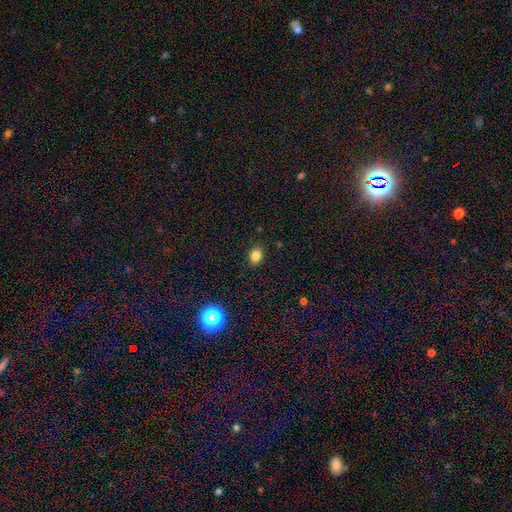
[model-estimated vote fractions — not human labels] Smooth or featured? Predicted: smooth (p=0.83). How rounded? Predicted: in between (p=0.68). Merging? Predicted: none (p=0.87).